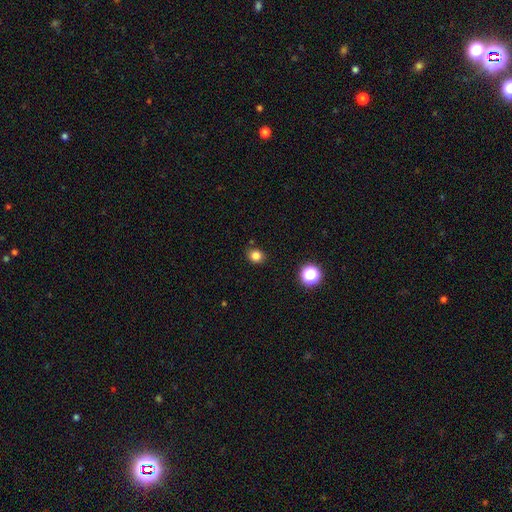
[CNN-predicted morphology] A smooth galaxy with no disk features (82%) that is round (76%). Merging: none (86%).